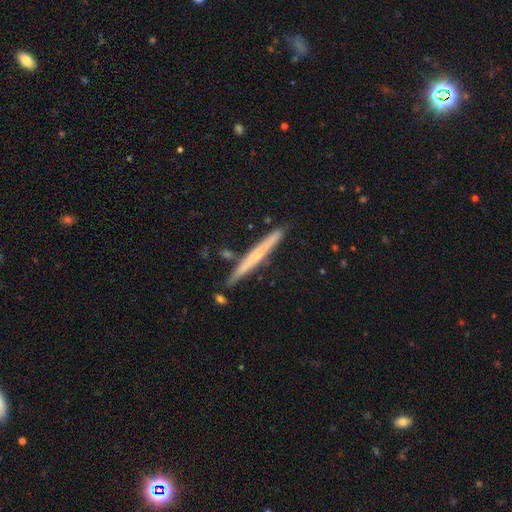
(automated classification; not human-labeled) Smooth or featured? featured or disk (48%)
Merging? none (84%)